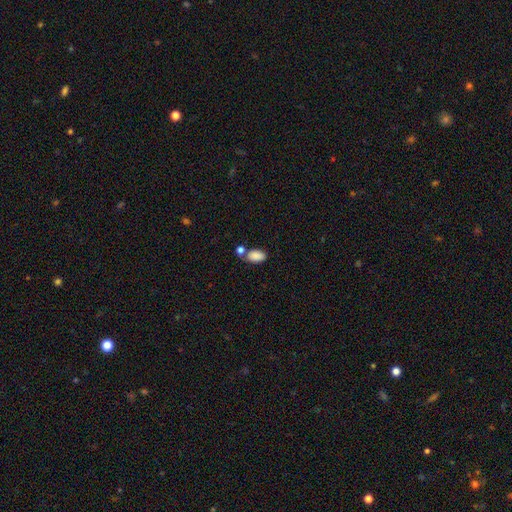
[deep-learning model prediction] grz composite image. It shows a smooth galaxy with no disk features (86%) that is in between round and cigar-shaped (93%). Merging: none (48%).